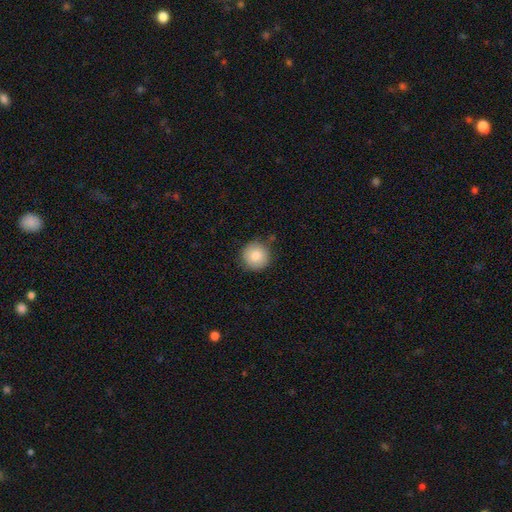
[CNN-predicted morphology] Q: Smooth or featured?
A: smooth (83%); runner-up: featured or disk (9%)
Q: How rounded?
A: round (95%); runner-up: in between (4%)
Q: Merging?
A: none (84%); runner-up: minor disturbance (12%)